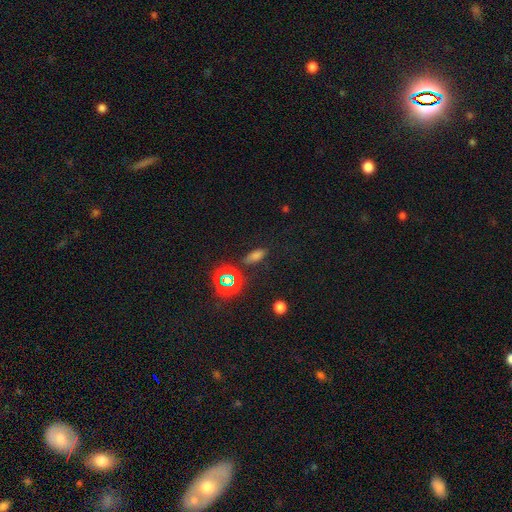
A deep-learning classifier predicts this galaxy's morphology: Overall: smooth (62%; star or artifact 29%). How rounded: in between (68%). Merging: none (81%).